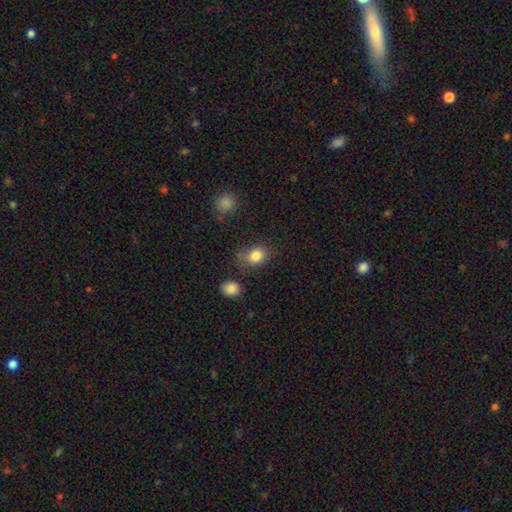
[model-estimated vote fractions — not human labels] smooth-or-featured: smooth: 84% | star or artifact: 10% | featured or disk: 6%
  how-rounded: in between: 53% | round: 46% | cigar-shaped: 1%
  merging: none: 70% | minor disturbance: 19% | major disturbance: 6% | merger: 5%